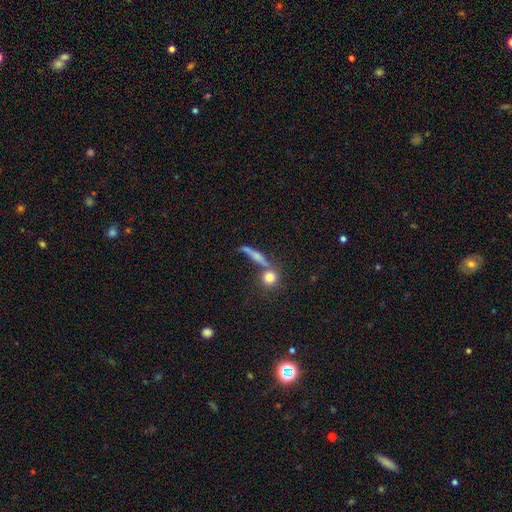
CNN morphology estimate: Smooth or featured? Predicted: smooth (p=0.52). How rounded? Predicted: cigar-shaped (p=0.68). Merging? Predicted: none (p=0.52).